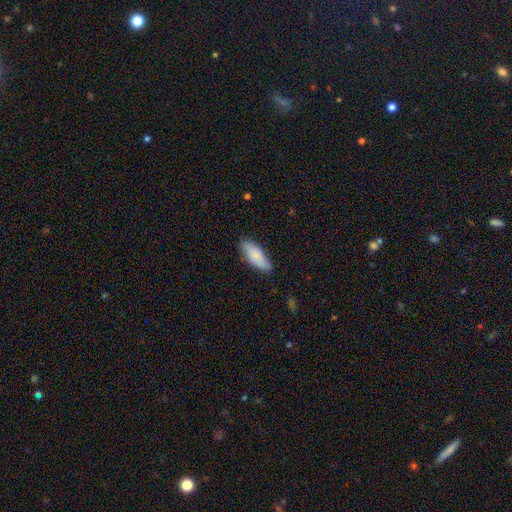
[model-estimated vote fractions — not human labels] Morphology: type=smooth (81%); roundness=in between (75%); merging=none (77%).